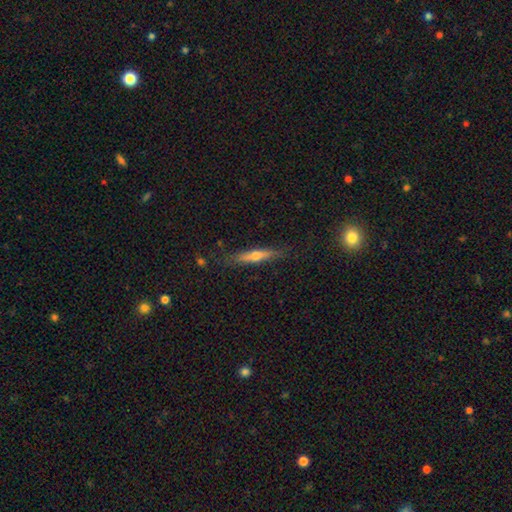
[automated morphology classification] Overall: featured or disk (52%; smooth 42%). Edge-on disk: yes (93%). Merging: none (82%).